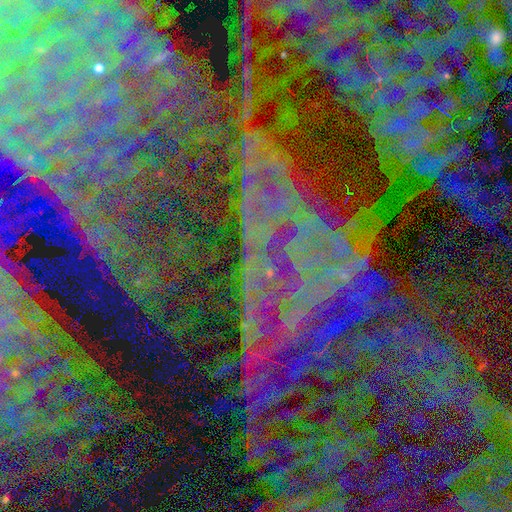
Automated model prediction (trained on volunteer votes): Overall: star or artifact (84%).